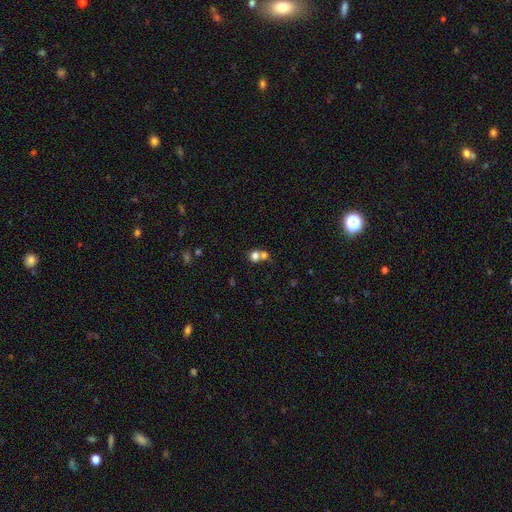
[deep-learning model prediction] A smooth galaxy with no disk features (74%) that is round (75%). Merging: merger (53%).